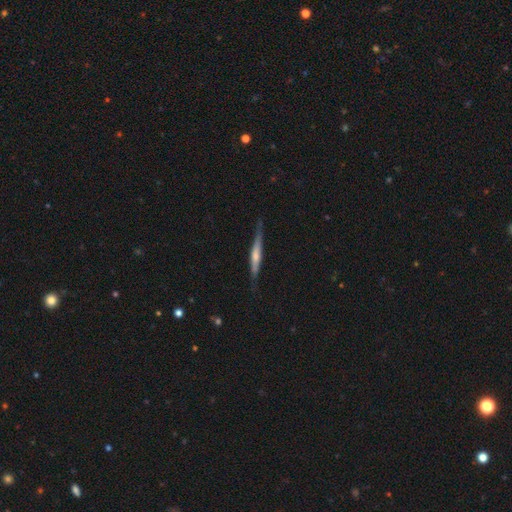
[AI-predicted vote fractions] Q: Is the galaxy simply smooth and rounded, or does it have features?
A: featured or disk — 52%.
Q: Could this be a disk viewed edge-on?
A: yes — 93%.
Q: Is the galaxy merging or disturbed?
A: none — 76%.